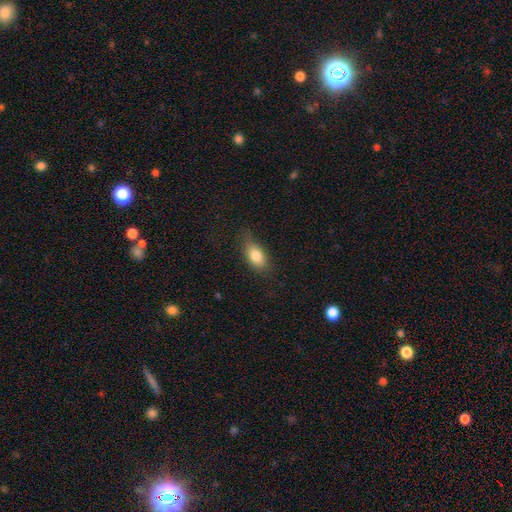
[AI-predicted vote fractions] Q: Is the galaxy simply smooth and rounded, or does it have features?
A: smooth — 81%.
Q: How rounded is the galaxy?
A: in between — 86%.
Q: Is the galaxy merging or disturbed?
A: none — 73%.